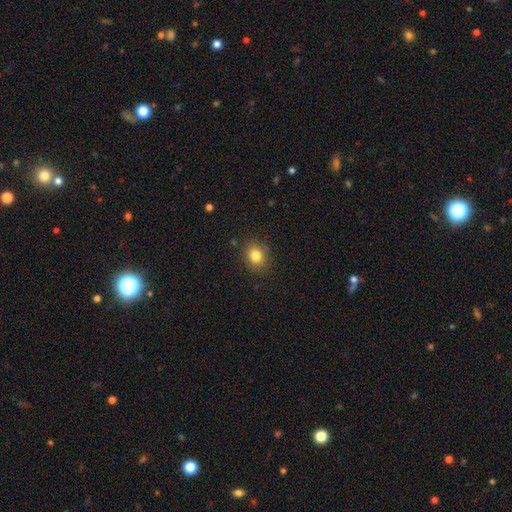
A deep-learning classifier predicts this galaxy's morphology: smooth-or-featured: smooth: 82% | star or artifact: 11% | featured or disk: 7%
  how-rounded: round: 63% | in between: 36% | cigar-shaped: 1%
  merging: none: 86% | minor disturbance: 10% | major disturbance: 3% | merger: 2%